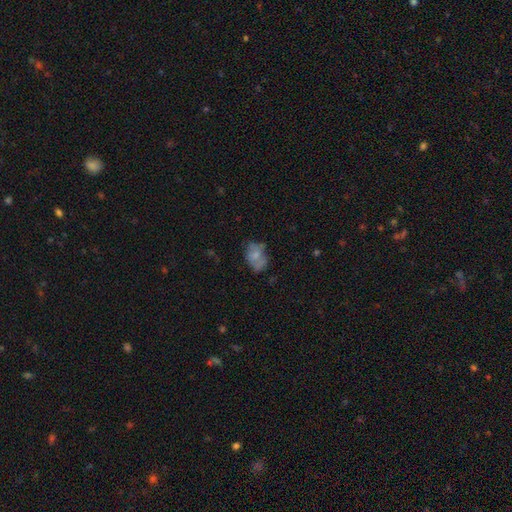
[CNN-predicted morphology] Overall: smooth (64%; featured or disk 27%). How rounded: in between (78%). Merging: none (47%; minor disturbance 29%).